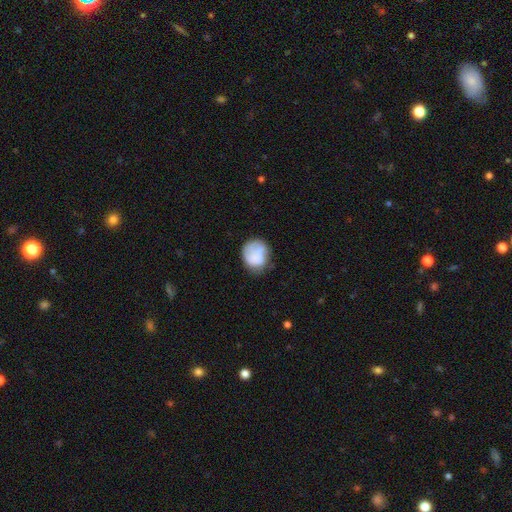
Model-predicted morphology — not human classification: This is likely a smooth galaxy (68%). How rounded: likely round (70%). Merging: possibly none (55%).